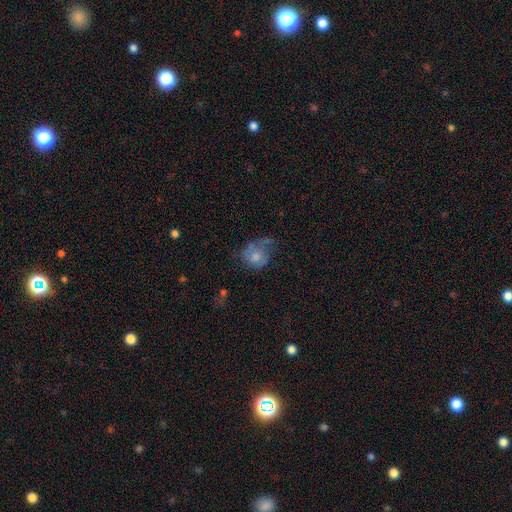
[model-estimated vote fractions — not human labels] A smooth galaxy with no disk features (62%) that is round (59%). Merging: none (34%).